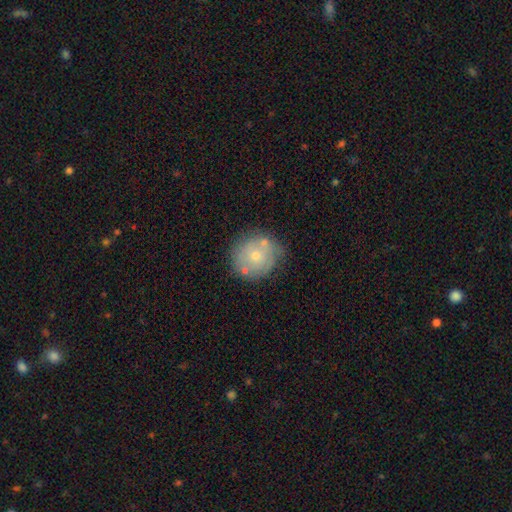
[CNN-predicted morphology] Overall: smooth (55%; featured or disk 38%). How rounded: round (87%). Merging: none (63%).